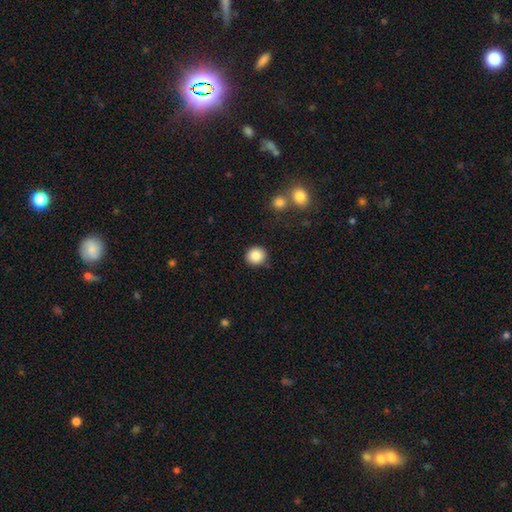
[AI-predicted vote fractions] Smooth or featured: smooth — 86% (star or artifact — 9%)
How rounded: round — 88% (in between — 11%)
Merging: none — 88% (minor disturbance — 7%)